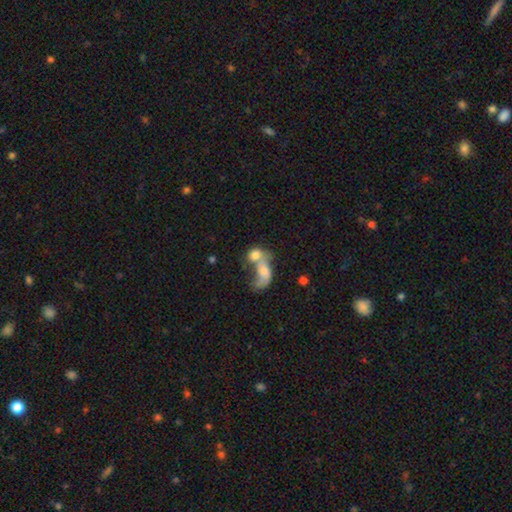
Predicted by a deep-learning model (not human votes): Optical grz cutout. It shows a smooth galaxy with no disk features (67%) that is in between round and cigar-shaped (63%). Merging: merger (74%).